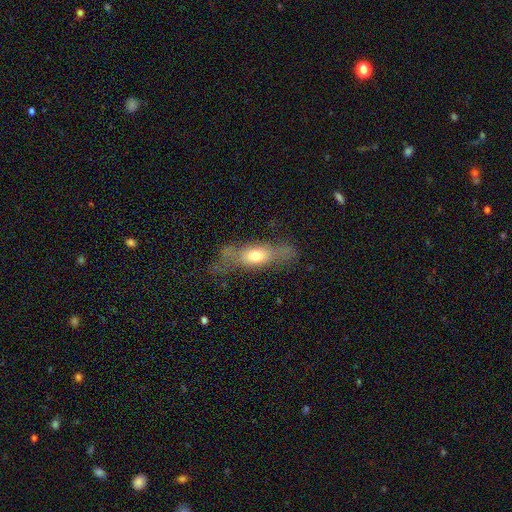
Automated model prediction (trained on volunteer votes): Morphology: type=smooth (56%); roundness=in between (55%); merging=none (50%).